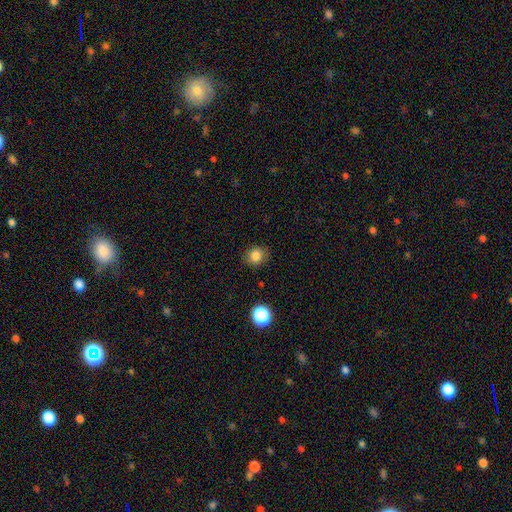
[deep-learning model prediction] Q: Smooth or featured?
A: smooth (82%); runner-up: star or artifact (12%)
Q: How rounded?
A: round (75%); runner-up: in between (24%)
Q: Merging?
A: none (85%); runner-up: minor disturbance (11%)